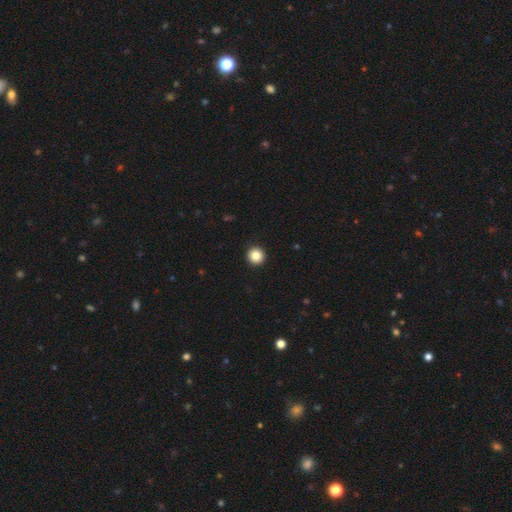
Overall: smooth (88%). How rounded: round (100%). Merging: none (100%).